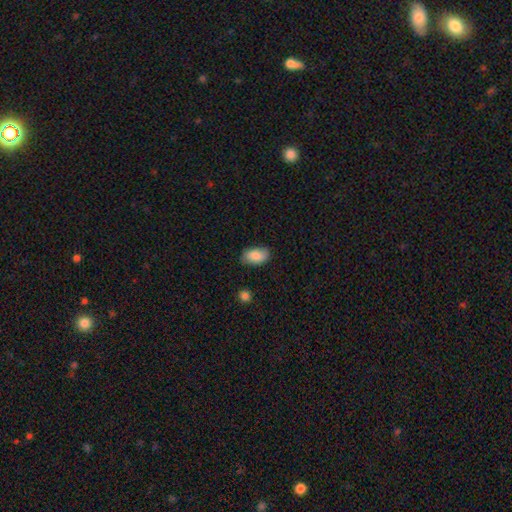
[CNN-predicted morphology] The model was most divided on "merging": none: 80%, minor disturbance: 15%, major disturbance: 3%, merger: 1%. More confident: how rounded — in between (93%); smooth or featured — smooth (86%).